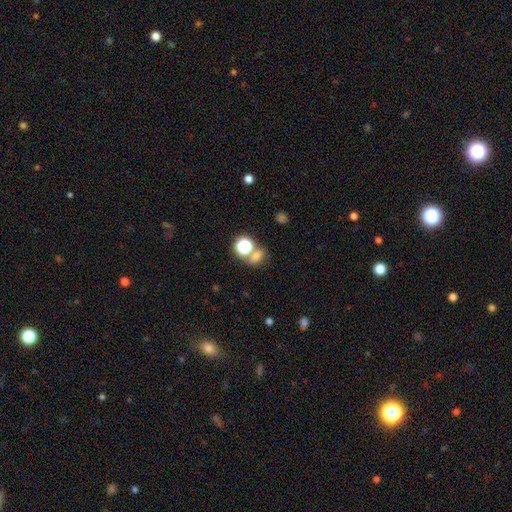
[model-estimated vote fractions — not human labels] Smooth or featured?
  - smooth: 66% *
  - star or artifact: 26%
  - featured or disk: 8%
How rounded?
  - in between: 49% * (tied)
  - round: 49% * (tied)
  - cigar-shaped: 3%
Merging?
  - none: 58% *
  - merger: 28%
  - minor disturbance: 10%
  - major disturbance: 5%